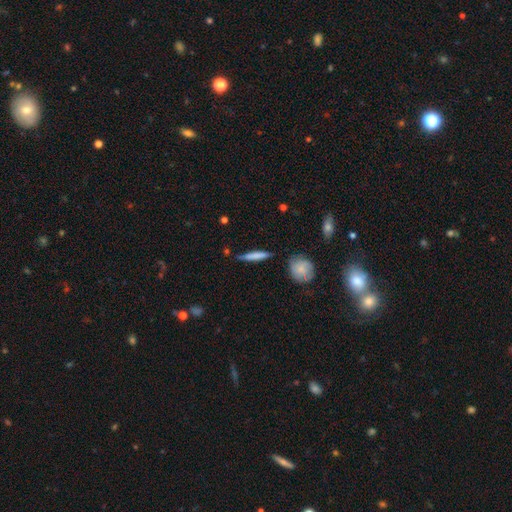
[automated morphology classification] Q: Smooth or featured?
A: smooth (66%); runner-up: featured or disk (28%)
Q: How rounded?
A: cigar-shaped (91%); runner-up: in between (7%)
Q: Merging?
A: none (81%); runner-up: minor disturbance (14%)